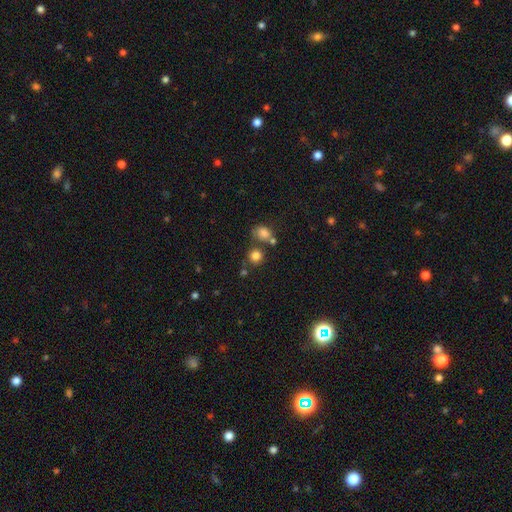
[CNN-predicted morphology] Smooth or featured? smooth (80%)
How rounded? round (88%)
Merging? none (69%)